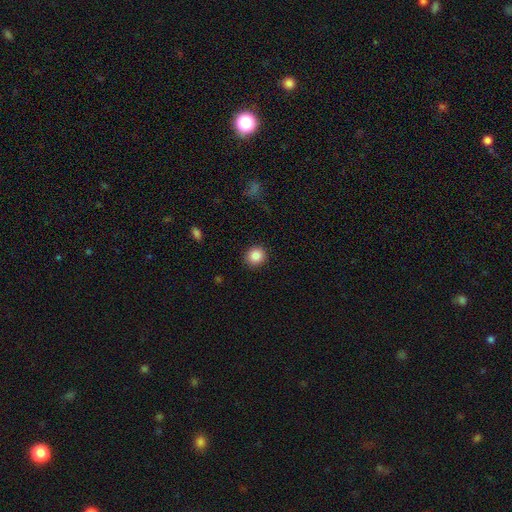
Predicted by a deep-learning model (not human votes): smooth-or-featured: smooth: 86% | star or artifact: 10% | featured or disk: 4%
  how-rounded: round: 87% | in between: 13% | cigar-shaped: 1%
  merging: none: 91% | minor disturbance: 6% | major disturbance: 2% | merger: 1%